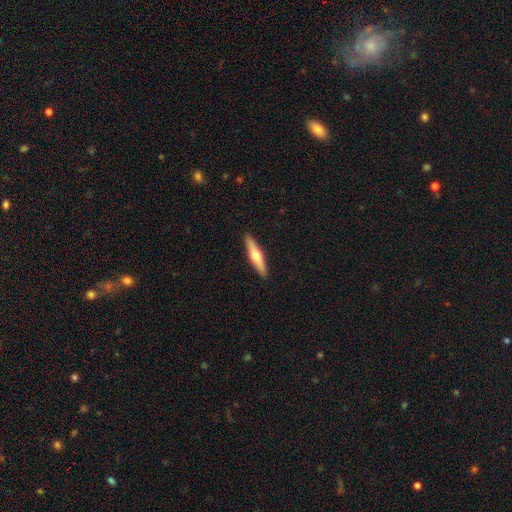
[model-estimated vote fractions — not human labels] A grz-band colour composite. It shows a featured or disk galaxy (55%) viewed edge-on (95%) with a rounded central bulge (94%). Merging: none (92%).